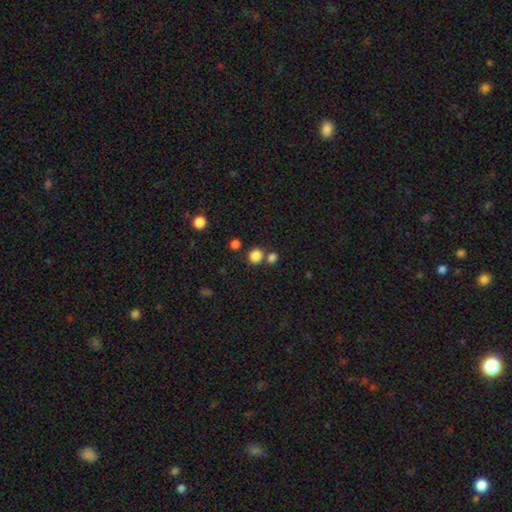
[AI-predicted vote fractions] Smooth or featured?
  - smooth: 83% *
  - star or artifact: 12%
  - featured or disk: 5%
How rounded?
  - round: 82% *
  - in between: 17%
  - cigar-shaped: 1%
Merging?
  - none: 67% *
  - merger: 22%
  - minor disturbance: 8%
  - major disturbance: 3%